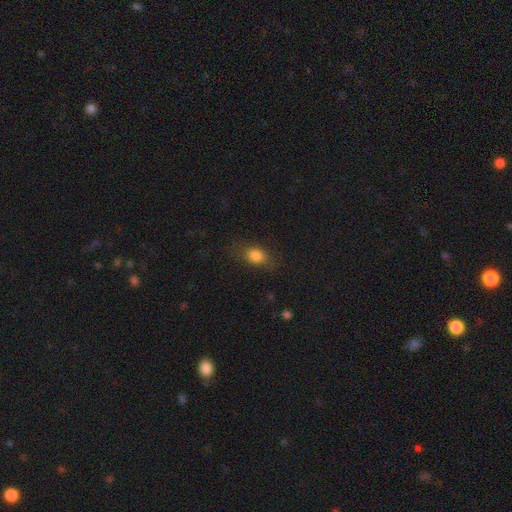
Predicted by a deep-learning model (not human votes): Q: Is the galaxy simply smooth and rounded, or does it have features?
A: smooth — 81%.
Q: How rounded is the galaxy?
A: in between — 63%.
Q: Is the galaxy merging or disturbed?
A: none — 75%.